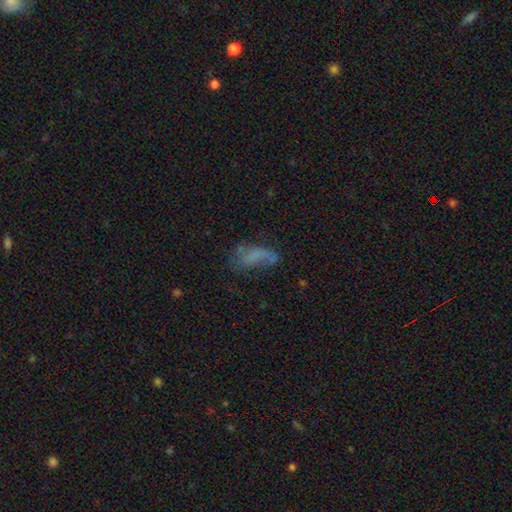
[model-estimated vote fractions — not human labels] This appears to be a smooth galaxy with no disk features (48%). Merging: none (36%).